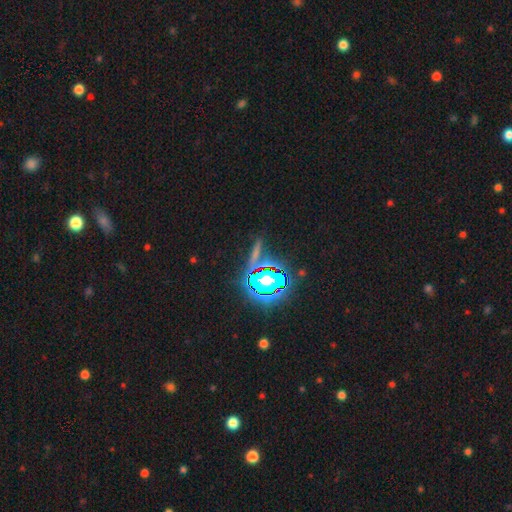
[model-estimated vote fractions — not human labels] Smooth or featured: star or artifact — 73% (smooth — 15%)